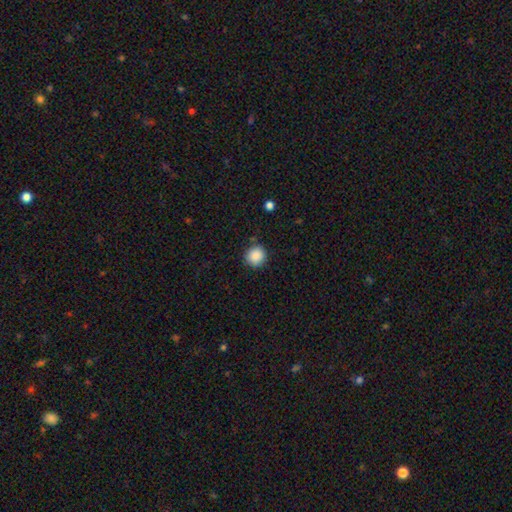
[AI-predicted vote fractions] smooth 88%, star or artifact 9%, featured or disk 3%. Down the decision tree: how rounded — round (93%); merging — none (87%).